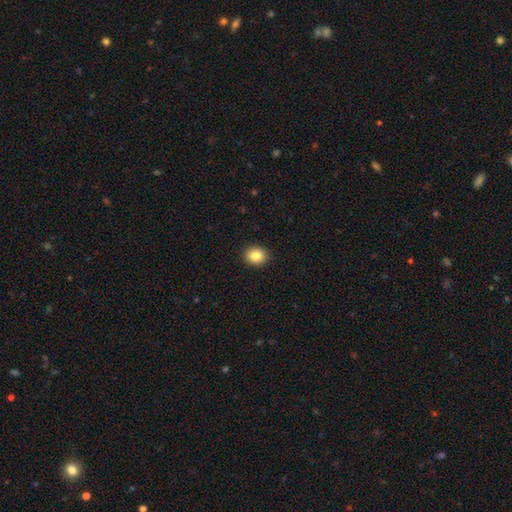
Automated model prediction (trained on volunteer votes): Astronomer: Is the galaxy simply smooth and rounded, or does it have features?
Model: smooth — 85%.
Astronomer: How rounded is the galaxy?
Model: round — 61% (runner-up: in between, 38%).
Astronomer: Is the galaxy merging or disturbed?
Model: none — 91%.